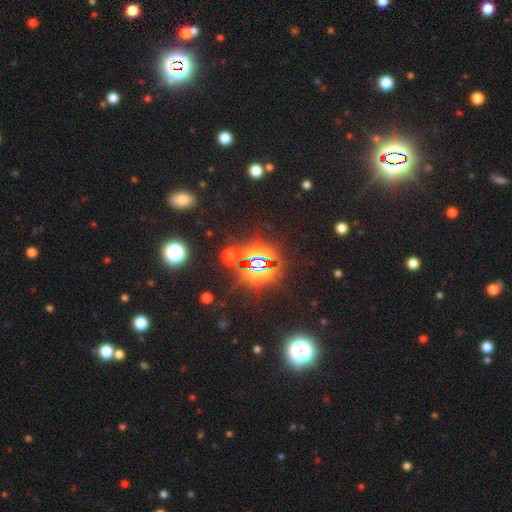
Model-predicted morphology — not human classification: The model was most divided on "smooth or featured": star or artifact: 82%, smooth: 11%, featured or disk: 8%.